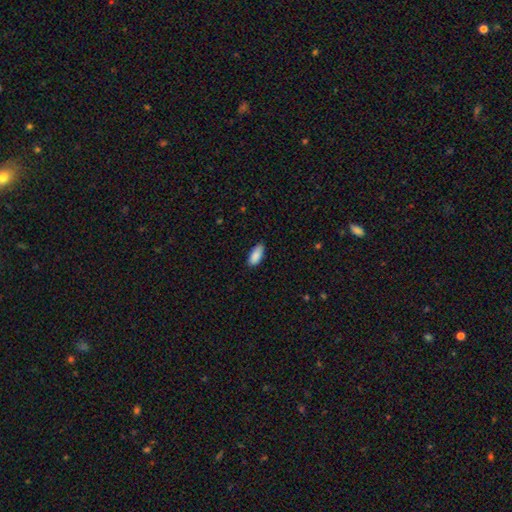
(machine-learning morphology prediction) The model was most divided on "merging": none: 83%, minor disturbance: 14%, major disturbance: 2%, merger: 1%. More confident: smooth or featured — smooth (89%); how rounded — in between (86%).